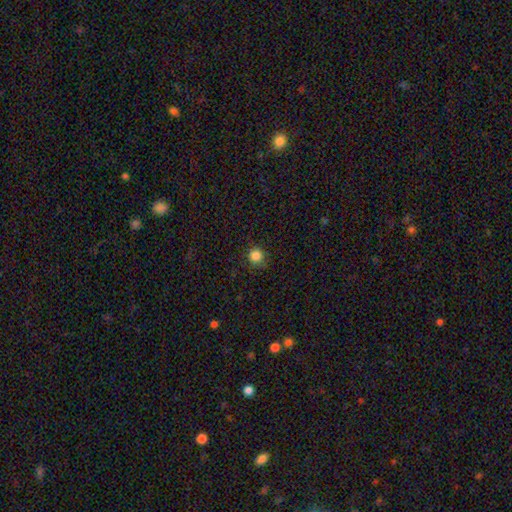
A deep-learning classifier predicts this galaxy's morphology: A smooth galaxy with no disk features (84%) that is round (94%).

Vote fractions:
- Smooth or featured? smooth: 84% / star or artifact: 12% / featured or disk: 4%
- How rounded? round: 94% / in between: 5% / cigar-shaped: 1%
- Merging? none: 86% / minor disturbance: 10% / major disturbance: 3% / merger: 1%